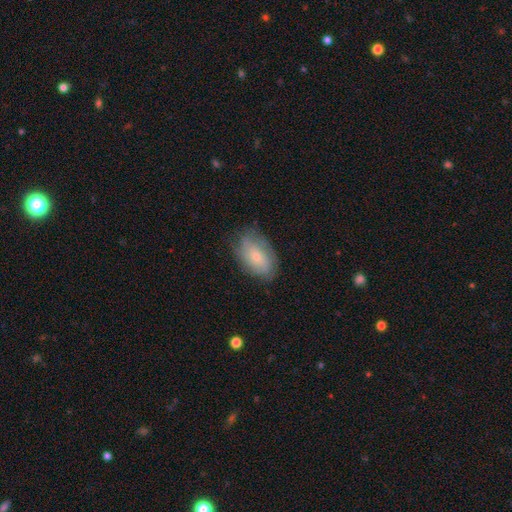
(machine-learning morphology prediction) This appears to be a smooth galaxy with no disk features (51%) that is in between round and cigar-shaped (89%). Merging: none (72%).